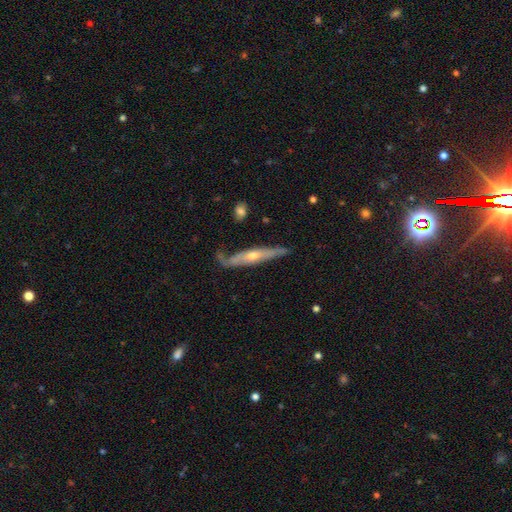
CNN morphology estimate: featured or disk 74%, smooth 18%, star or artifact 8%. Down the decision tree: edge-on disk — yes (77%); edge-on bulge — rounded (82%); merging — none (71%).